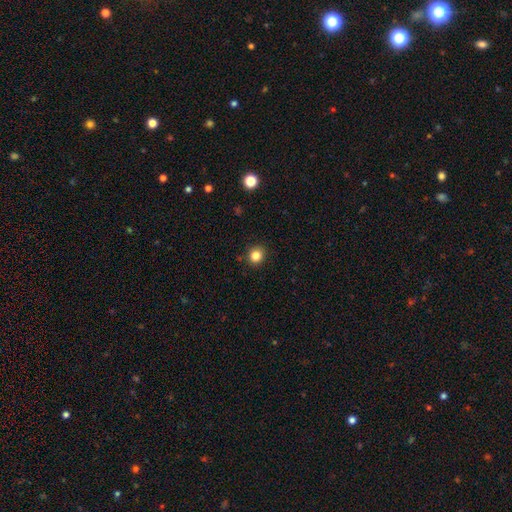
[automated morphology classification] Smooth or featured?
  - smooth: 83% *
  - star or artifact: 12%
  - featured or disk: 5%
How rounded?
  - round: 88% *
  - in between: 11%
  - cigar-shaped: 1%
Merging?
  - none: 91% *
  - minor disturbance: 6%
  - major disturbance: 2%
  - merger: 1%